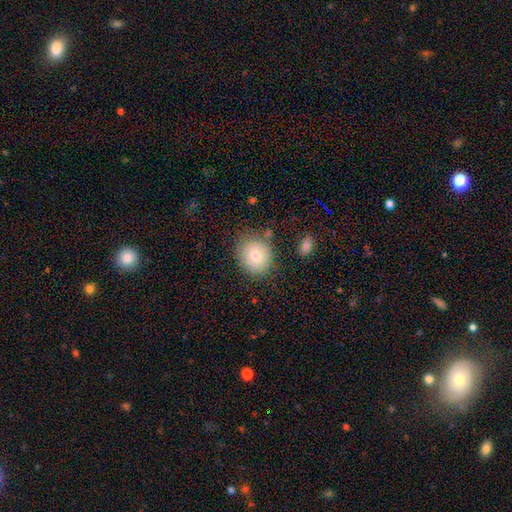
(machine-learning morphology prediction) smooth 76%, featured or disk 16%, star or artifact 8%. Down the decision tree: how rounded — round (68%); merging — none (76%).